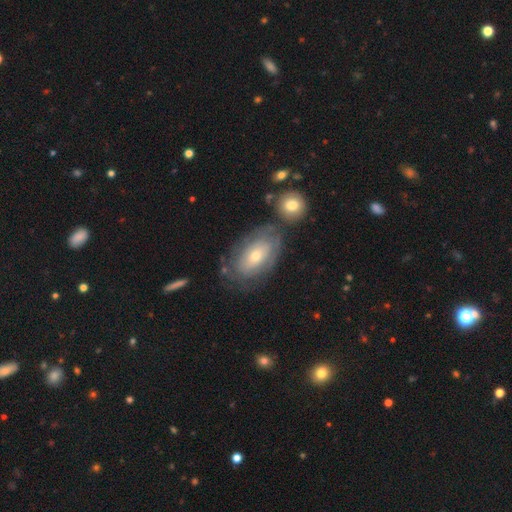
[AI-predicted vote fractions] featured or disk 52%, smooth 40%, star or artifact 8%. Down the decision tree: edge-on disk — no (90%); merging — none (63%).